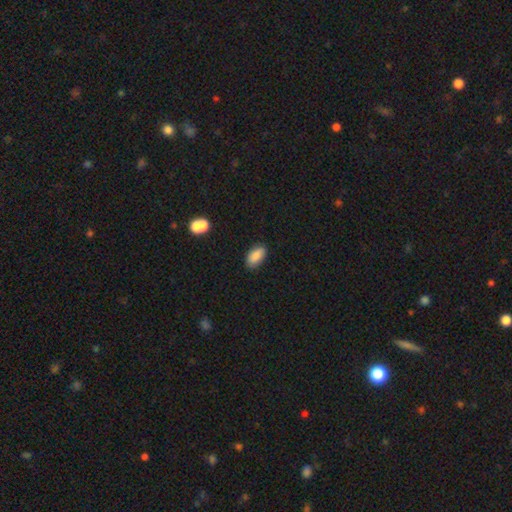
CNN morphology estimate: smooth 87%, star or artifact 7%, featured or disk 6%. Down the decision tree: how rounded — in between (93%); merging — none (86%).